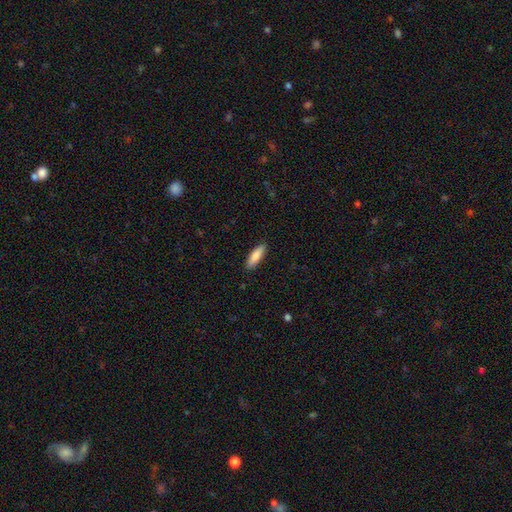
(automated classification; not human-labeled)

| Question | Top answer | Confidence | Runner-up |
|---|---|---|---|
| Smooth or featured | smooth | 83% | featured or disk (12%) |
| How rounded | cigar-shaped | 52% | in between (47%) |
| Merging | none | 90% | minor disturbance (8%) |